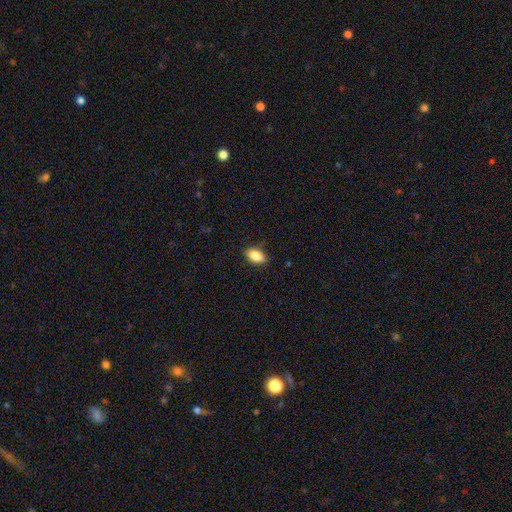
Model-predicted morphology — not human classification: type=smooth (85%); roundness=in between (90%); merging=none (86%).